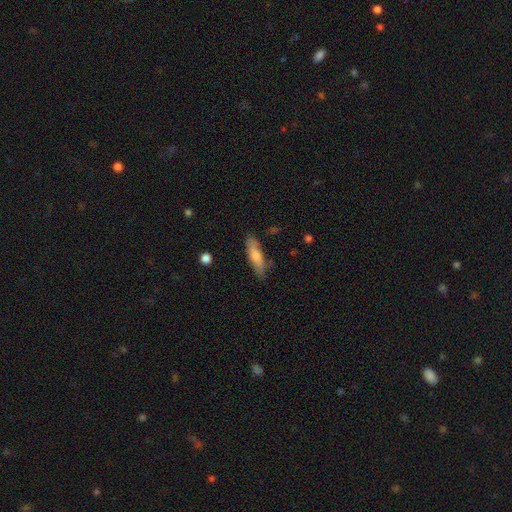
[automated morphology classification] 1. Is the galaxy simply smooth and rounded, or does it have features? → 66% smooth, 28% featured or disk, 6% star or artifact.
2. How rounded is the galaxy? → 70% cigar-shaped, 28% in between, 2% round.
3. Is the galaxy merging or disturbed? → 79% none, 16% minor disturbance, 3% major disturbance, 2% merger.